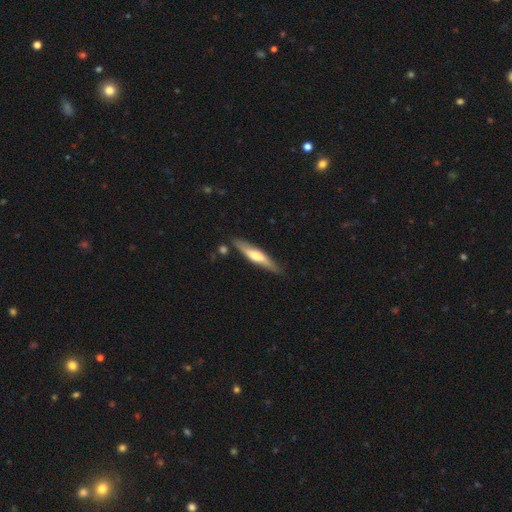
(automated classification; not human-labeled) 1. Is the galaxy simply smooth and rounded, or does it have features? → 50% featured or disk, 45% smooth, 5% star or artifact.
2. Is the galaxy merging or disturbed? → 81% none, 13% minor disturbance, 4% merger, 2% major disturbance.